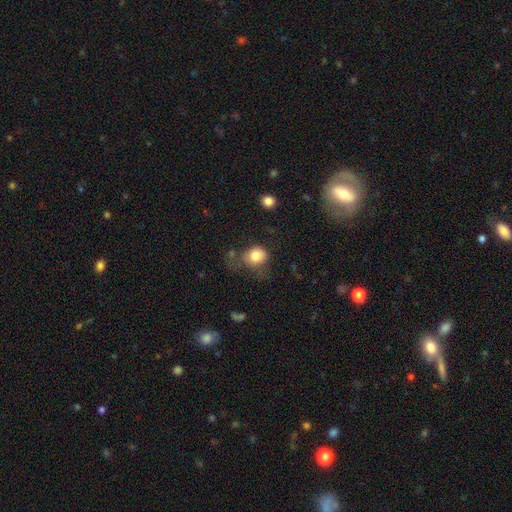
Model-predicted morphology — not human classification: Smooth or featured?
  - smooth: 80% *
  - featured or disk: 10%
  - star or artifact: 10%
How rounded?
  - round: 68% *
  - in between: 31%
  - cigar-shaped: 1%
Merging?
  - none: 43% *
  - minor disturbance: 29%
  - major disturbance: 23%
  - merger: 5%